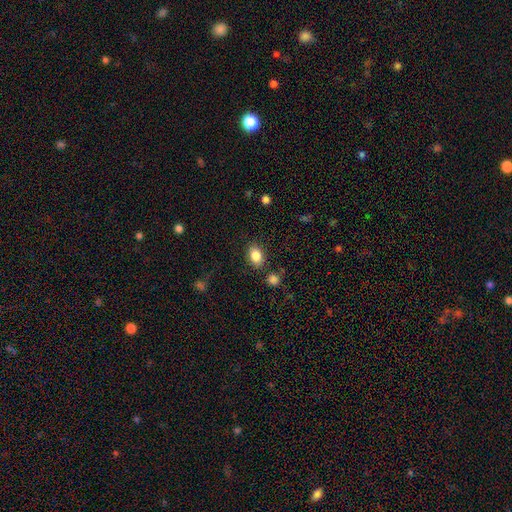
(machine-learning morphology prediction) This appears to be a smooth galaxy with no disk features (85%) that is in between round and cigar-shaped (78%). Merging: none (82%).